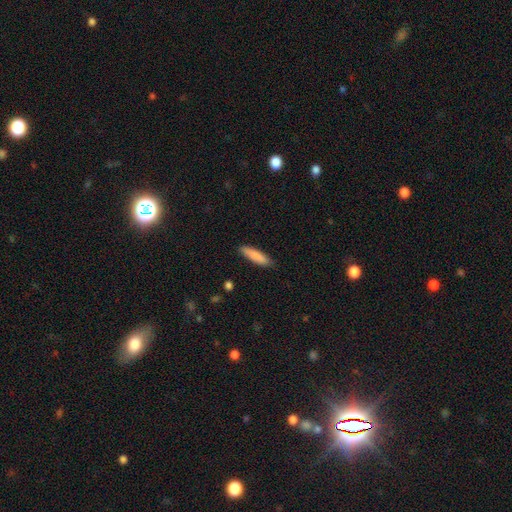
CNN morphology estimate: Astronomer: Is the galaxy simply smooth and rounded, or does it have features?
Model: smooth — 86%.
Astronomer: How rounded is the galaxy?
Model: cigar-shaped — 72%.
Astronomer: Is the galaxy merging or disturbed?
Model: none — 85%.